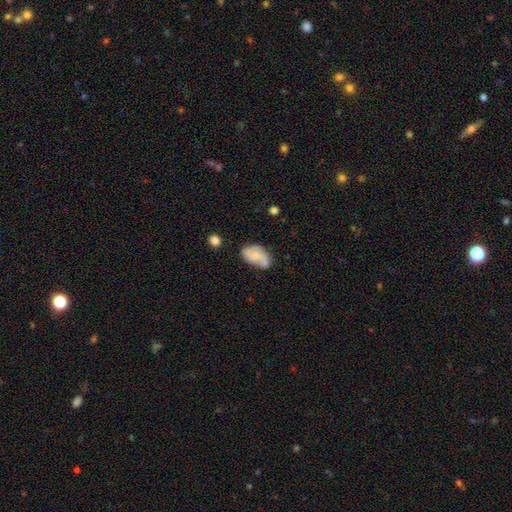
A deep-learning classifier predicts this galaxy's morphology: smooth-or-featured: featured or disk: 49% | smooth: 43% | star or artifact: 8%
  merging: none: 53% | minor disturbance: 29% | major disturbance: 12% | merger: 7%